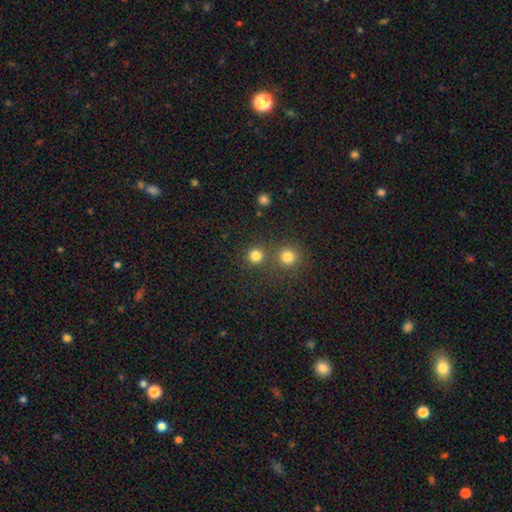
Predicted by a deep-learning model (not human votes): smooth 80%, star or artifact 15%, featured or disk 4%. Down the decision tree: how rounded — round (92%); merging — none (72%).